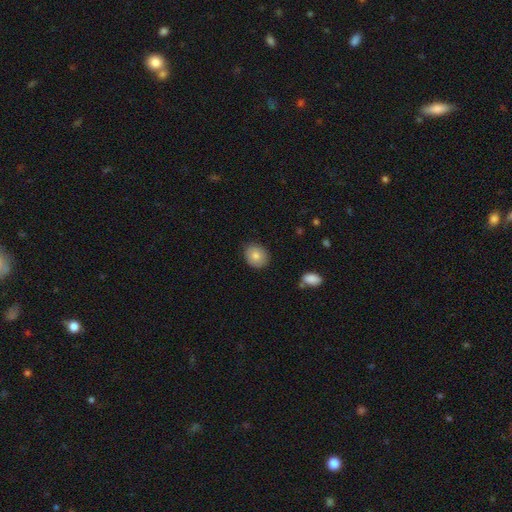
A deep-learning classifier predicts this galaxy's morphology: Smooth or featured: smooth — 81% (featured or disk — 11%)
How rounded: round — 64% (in between — 35%)
Merging: none — 86% (minor disturbance — 11%)